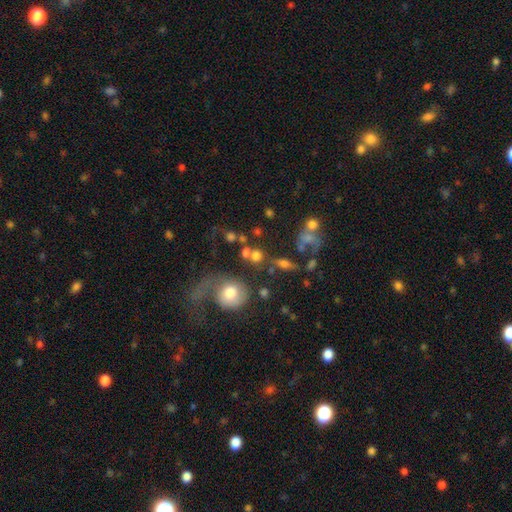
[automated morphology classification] smooth_or_featured: smooth (p=0.68) [alt: featured or disk p=0.17]
how_rounded: round (p=0.78) [alt: in between p=0.19]
merging: none (p=0.49) [alt: merger p=0.28]